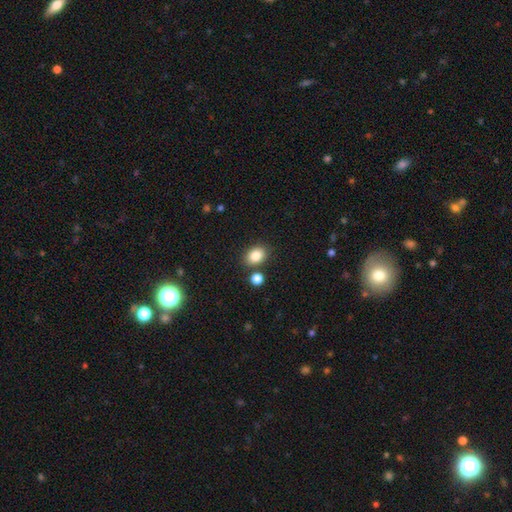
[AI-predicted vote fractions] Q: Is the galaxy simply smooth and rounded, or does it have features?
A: smooth — 85%.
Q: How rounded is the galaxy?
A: in between — 67%.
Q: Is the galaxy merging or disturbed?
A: none — 78%.